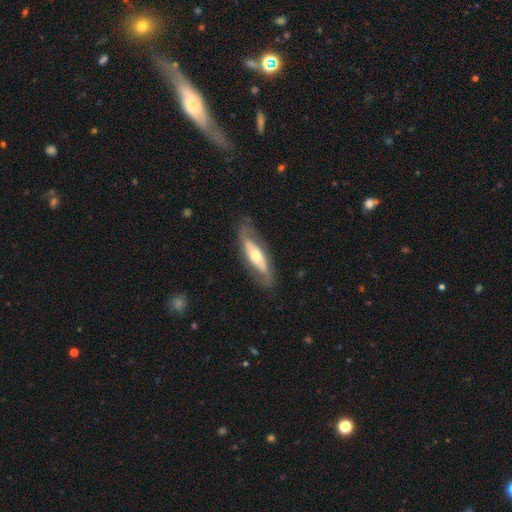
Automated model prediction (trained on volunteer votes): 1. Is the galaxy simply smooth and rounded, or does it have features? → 62% featured or disk, 33% smooth, 5% star or artifact.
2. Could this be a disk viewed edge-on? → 68% no, 32% yes.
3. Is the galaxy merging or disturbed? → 75% none, 17% minor disturbance, 7% major disturbance, 1% merger.